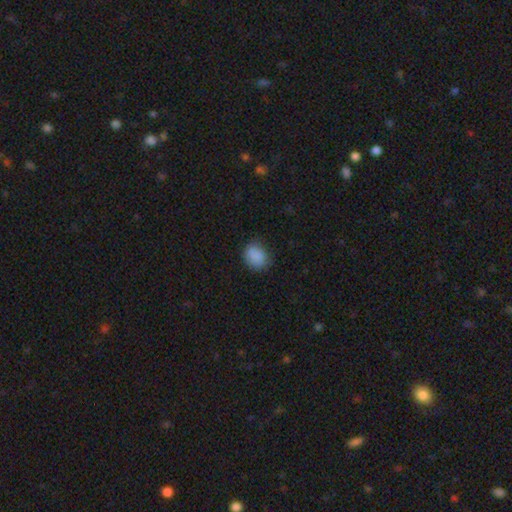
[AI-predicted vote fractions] A smooth galaxy with no disk features (86%) that is round (52%). Merging: none (75%).